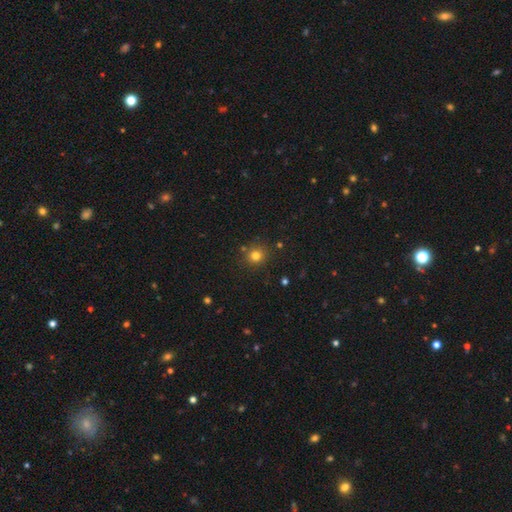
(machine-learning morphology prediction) Smooth or featured? smooth (78%)
How rounded? round (90%)
Merging? none (84%)